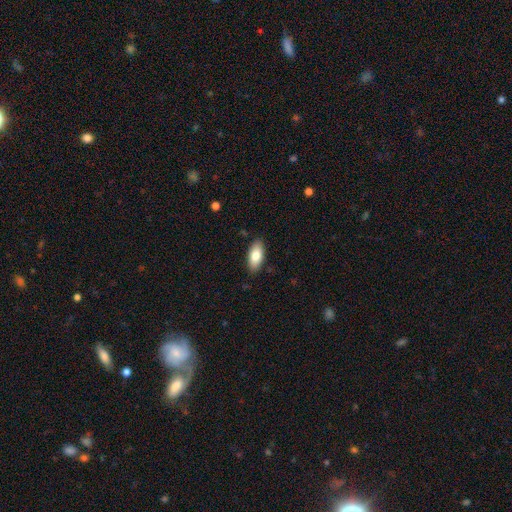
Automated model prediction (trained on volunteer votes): Overall: smooth (81%). How rounded: in between (89%). Merging: none (87%).